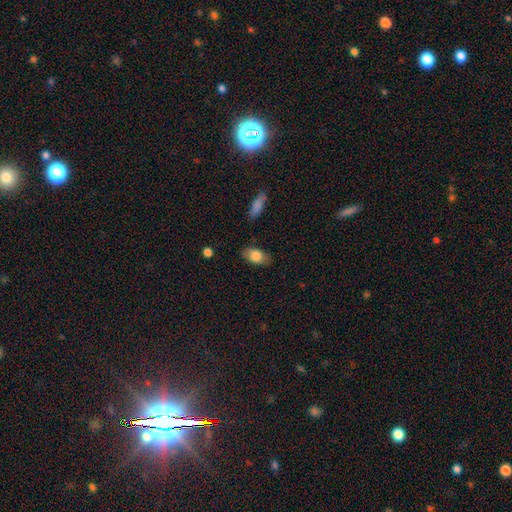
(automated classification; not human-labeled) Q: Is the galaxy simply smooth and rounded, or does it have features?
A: smooth — 81%.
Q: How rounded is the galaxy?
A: in between — 90%.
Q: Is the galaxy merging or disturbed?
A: none — 81%.